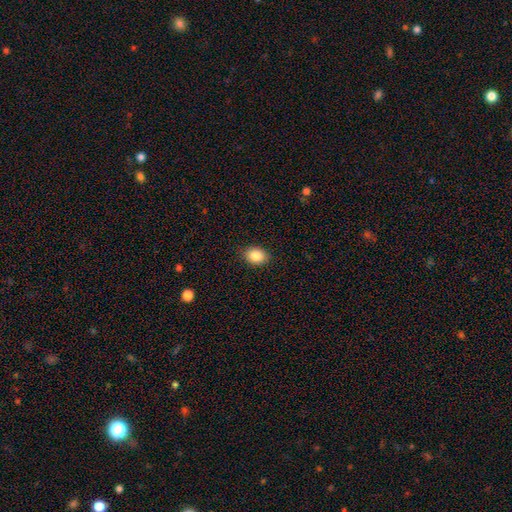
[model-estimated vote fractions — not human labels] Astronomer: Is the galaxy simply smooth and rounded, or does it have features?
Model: smooth — 87%.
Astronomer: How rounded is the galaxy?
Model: in between — 63%.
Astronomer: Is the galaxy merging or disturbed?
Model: none — 87%.